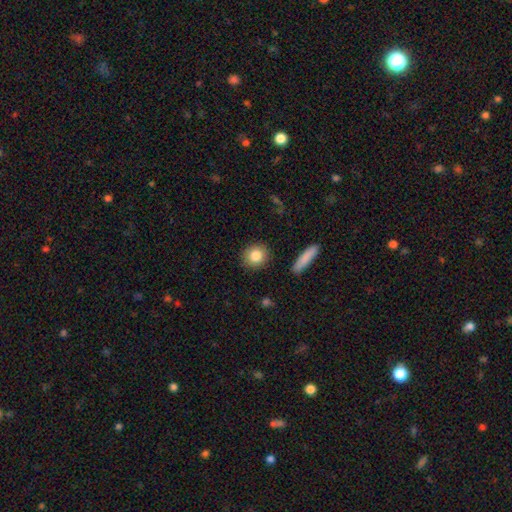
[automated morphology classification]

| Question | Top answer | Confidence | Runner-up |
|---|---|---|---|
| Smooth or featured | smooth | 84% | featured or disk (8%) |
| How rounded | round | 87% | in between (11%) |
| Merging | none | 89% | minor disturbance (7%) |